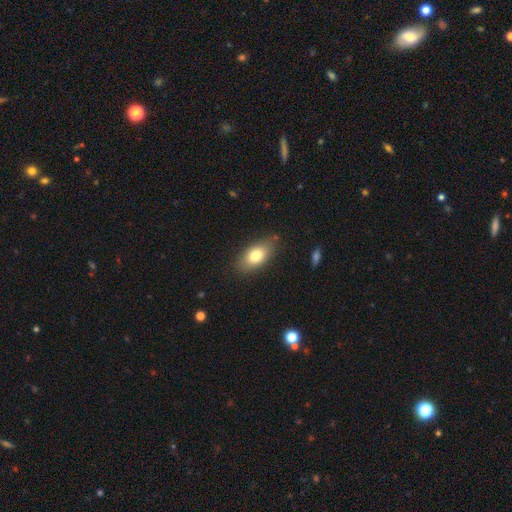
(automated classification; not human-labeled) Smooth or featured: smooth — 77% (featured or disk — 15%)
How rounded: in between — 88% (round — 7%)
Merging: none — 81% (minor disturbance — 14%)